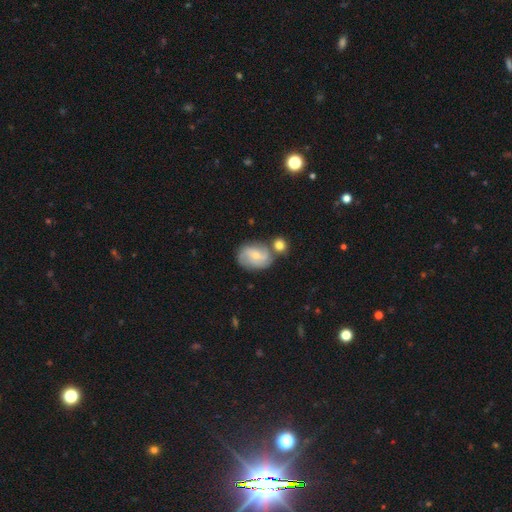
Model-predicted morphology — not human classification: smooth-or-featured: featured or disk: 61% | smooth: 31% | star or artifact: 8%
  disk-edge-on: no: 97% | yes: 3%
    bar: no: 57% | weak: 36% | strong: 7%
    has-spiral-arms: yes: 88% | no: 12%
      spiral-winding: medium: 44% | tight: 32% | loose: 24%
      spiral-arm-count: 2: 43% | 3: 22% | can't tell: 22% | 4: 5% | 1: 4% | more than 4: 3%
    bulge-size: small: 57% | moderate: 38% | none: 2% | large: 2% | dominant: 1%
  merging: none: 55% | merger: 22% | minor disturbance: 17% | major disturbance: 6%